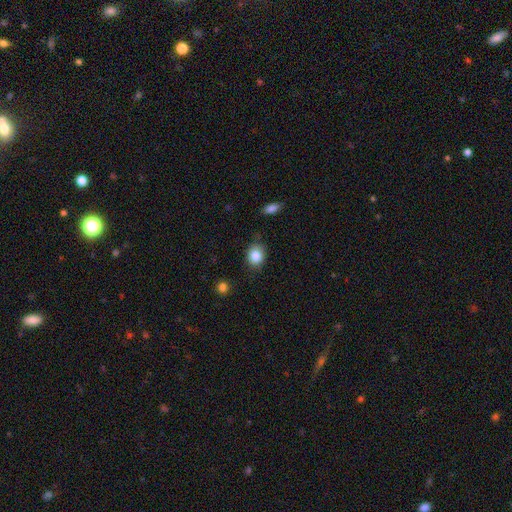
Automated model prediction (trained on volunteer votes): The model was most divided on "how rounded": round: 59%, in between: 40%, cigar-shaped: 1%. More confident: smooth or featured — smooth (84%); merging — none (82%).